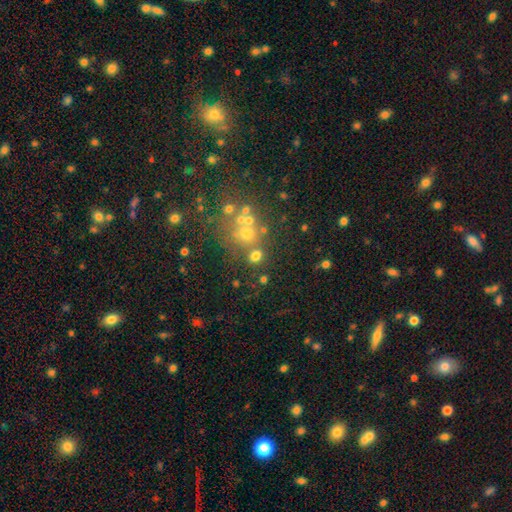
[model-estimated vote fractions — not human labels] This appears to be a smooth galaxy with no disk features (60%) that is round (75%). Merging: none (58%).